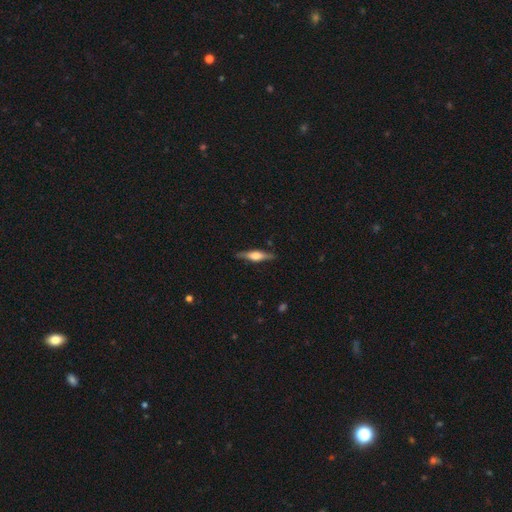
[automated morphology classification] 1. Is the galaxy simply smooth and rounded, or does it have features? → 68% featured or disk, 26% smooth, 6% star or artifact.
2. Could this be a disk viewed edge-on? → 97% yes, 3% no.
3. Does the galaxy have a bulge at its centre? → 82% rounded, 15% boxy, 3% none.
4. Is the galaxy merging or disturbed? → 87% none, 10% minor disturbance, 2% major disturbance, 1% merger.